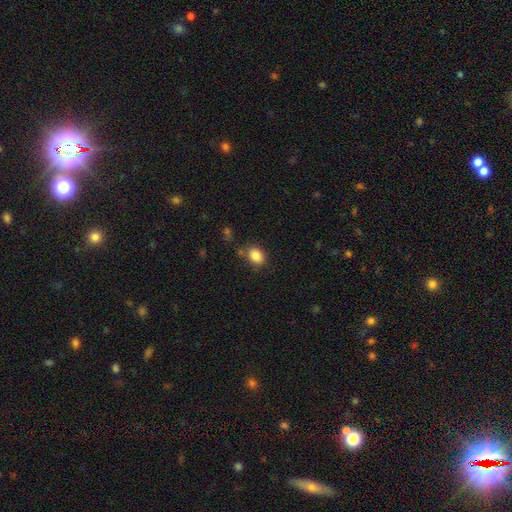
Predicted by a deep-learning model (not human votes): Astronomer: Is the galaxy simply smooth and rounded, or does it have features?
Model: smooth — 86%.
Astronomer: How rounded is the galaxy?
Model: in between — 67%.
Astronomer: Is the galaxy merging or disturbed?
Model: none — 74%.